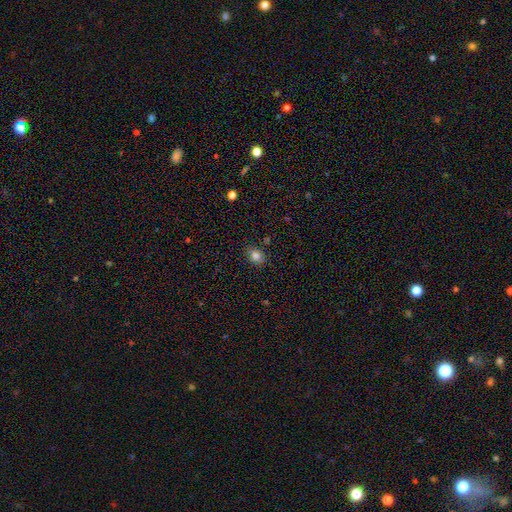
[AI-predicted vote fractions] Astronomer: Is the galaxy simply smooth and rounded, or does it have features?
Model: smooth — 82%.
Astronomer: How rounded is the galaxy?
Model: round — 54% (runner-up: in between, 45%).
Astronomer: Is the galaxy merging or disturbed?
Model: none — 84%.